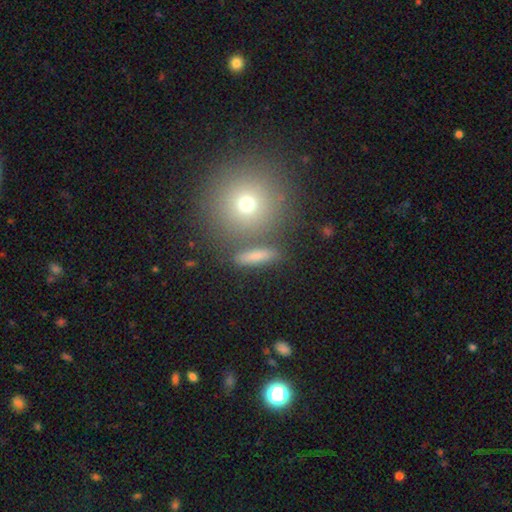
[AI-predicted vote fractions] smooth-or-featured: smooth: 73% | featured or disk: 14% | star or artifact: 12%
  how-rounded: cigar-shaped: 47% | round: 27% | in between: 26%
  merging: none: 76% | minor disturbance: 10% | merger: 9% | major disturbance: 4%